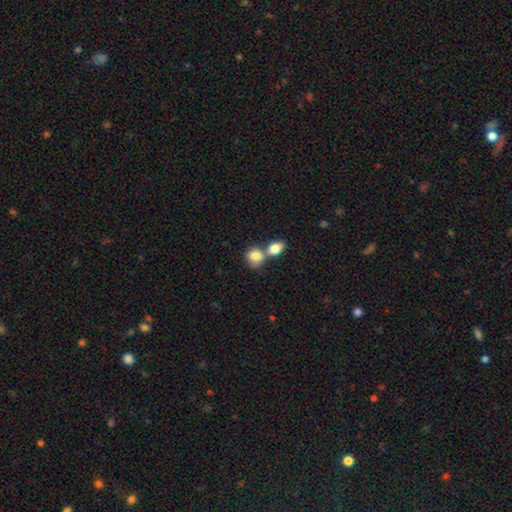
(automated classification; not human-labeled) A smooth galaxy with no disk features (82%) that is round (51%). Merging: merger (61%).